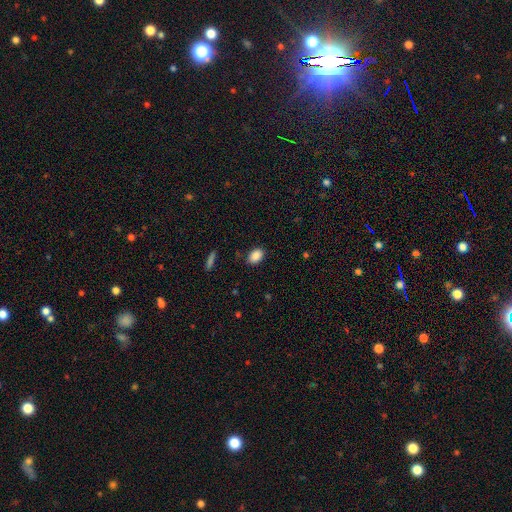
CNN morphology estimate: Smooth or featured? Predicted: smooth (p=0.88). How rounded? Predicted: in between (p=0.86). Merging? Predicted: none (p=0.86).